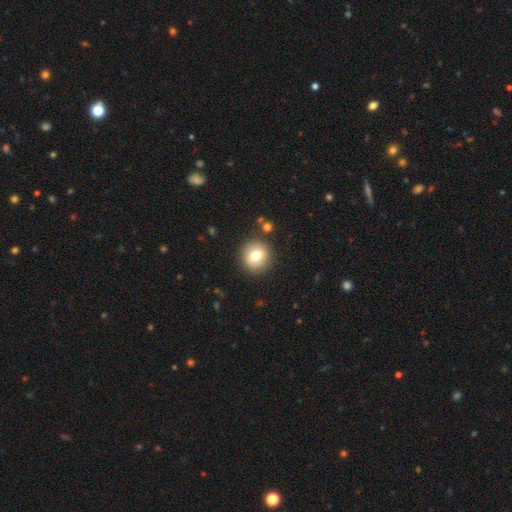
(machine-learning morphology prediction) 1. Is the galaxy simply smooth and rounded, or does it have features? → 76% smooth, 15% featured or disk, 10% star or artifact.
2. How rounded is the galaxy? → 89% round, 10% in between, 1% cigar-shaped.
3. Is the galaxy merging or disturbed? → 88% none, 7% minor disturbance, 2% major disturbance, 2% merger.